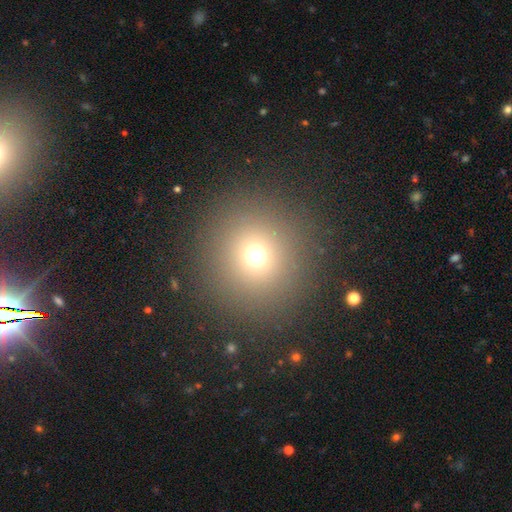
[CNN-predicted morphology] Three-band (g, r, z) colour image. It shows a smooth galaxy with no disk features (68%) that is round (94%). Merging: none (89%).